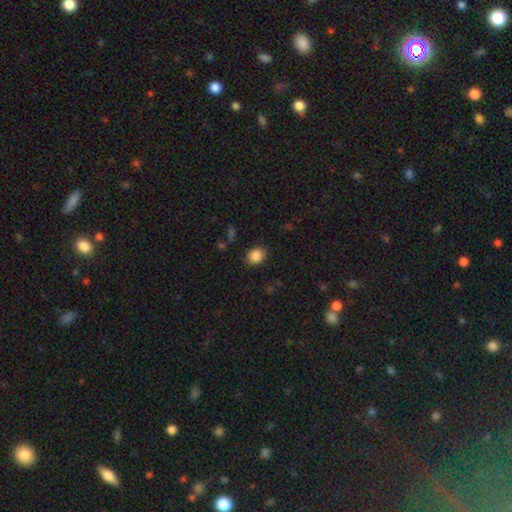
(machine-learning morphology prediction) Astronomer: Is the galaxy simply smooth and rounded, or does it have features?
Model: smooth — 87%.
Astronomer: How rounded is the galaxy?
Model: in between — 50% (runner-up: round, 49%).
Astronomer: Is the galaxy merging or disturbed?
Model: none — 86%.